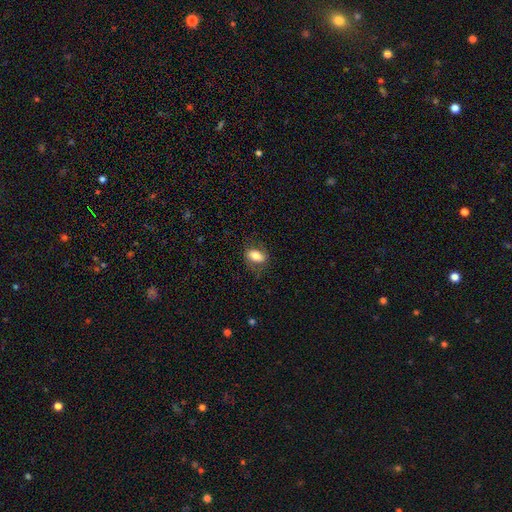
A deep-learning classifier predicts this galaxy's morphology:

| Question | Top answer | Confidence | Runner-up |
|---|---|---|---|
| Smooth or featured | smooth | 73% | featured or disk (19%) |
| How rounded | in between | 85% | round (11%) |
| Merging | none | 74% | minor disturbance (18%) |